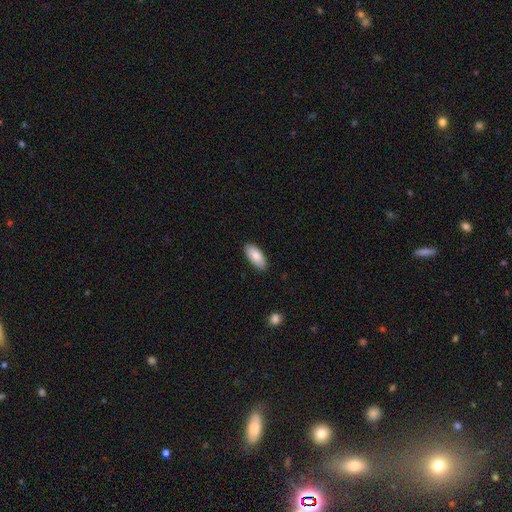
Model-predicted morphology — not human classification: Overall: smooth (84%). How rounded: in between (88%). Merging: none (88%).